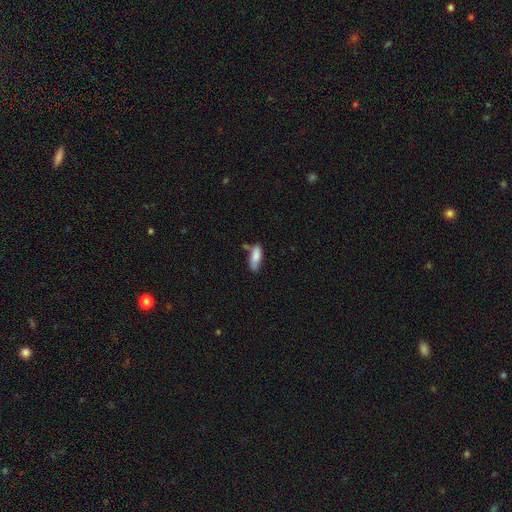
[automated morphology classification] smooth-or-featured: smooth: 82% | featured or disk: 11% | star or artifact: 7%
  how-rounded: in between: 66% | cigar-shaped: 32% | round: 2%
  merging: none: 55% | minor disturbance: 27% | merger: 12% | major disturbance: 6%